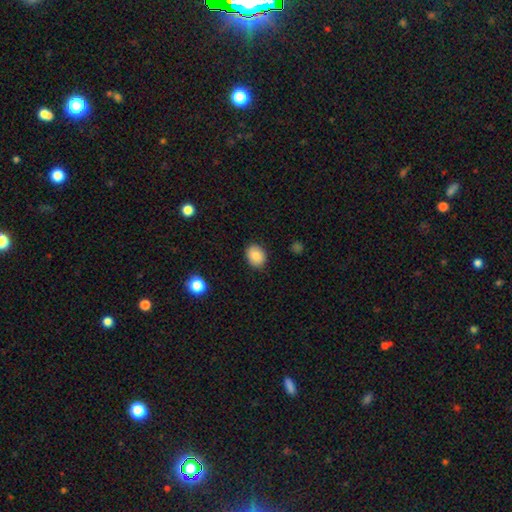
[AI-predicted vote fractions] Smooth or featured?
  - smooth: 85% *
  - star or artifact: 8%
  - featured or disk: 7%
How rounded?
  - in between: 58% *
  - round: 41%
  - cigar-shaped: 1%
Merging?
  - none: 88% *
  - minor disturbance: 9%
  - major disturbance: 2%
  - merger: 1%